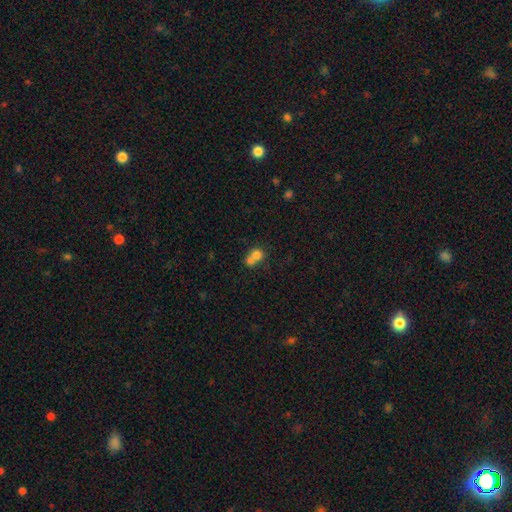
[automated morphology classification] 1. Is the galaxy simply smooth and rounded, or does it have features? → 75% smooth, 15% featured or disk, 11% star or artifact.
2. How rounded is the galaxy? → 73% round, 26% in between, 1% cigar-shaped.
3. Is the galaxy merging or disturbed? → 67% merger, 25% none, 6% minor disturbance, 3% major disturbance.